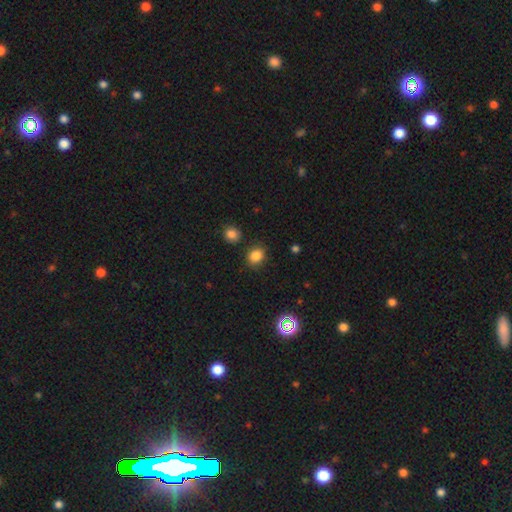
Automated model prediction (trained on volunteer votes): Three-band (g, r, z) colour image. It shows a smooth galaxy with no disk features (83%) that is round (63%). Merging: none (84%).